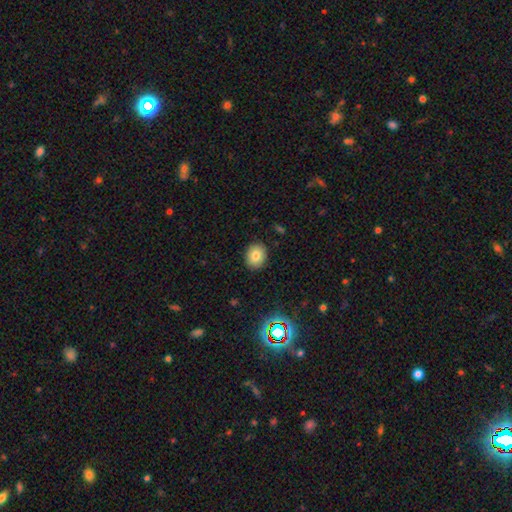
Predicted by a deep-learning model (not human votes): Smooth or featured? smooth (80%)
How rounded? round (57%)
Merging? none (88%)